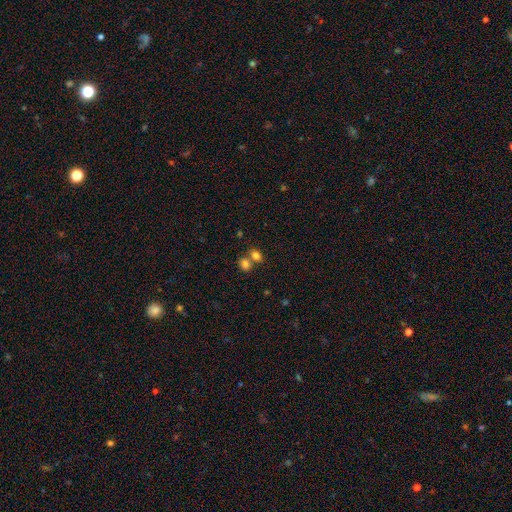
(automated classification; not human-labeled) Morphology: type=smooth (79%); roundness=in between (60%); merging=none (44%, tied with merger).